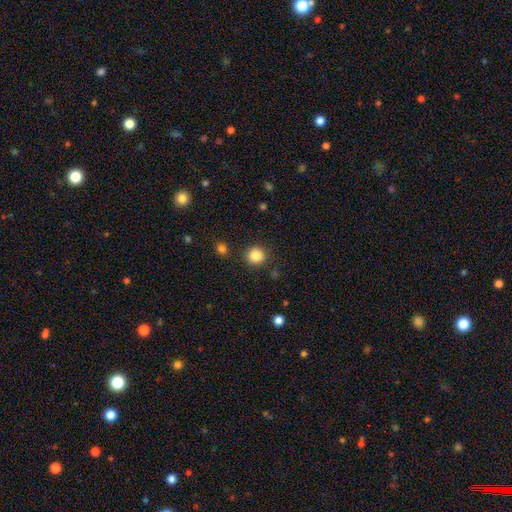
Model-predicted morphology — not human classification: Smooth or featured?
  - smooth: 85% *
  - star or artifact: 11%
  - featured or disk: 4%
How rounded?
  - round: 92% *
  - in between: 7%
  - cigar-shaped: 1%
Merging?
  - none: 88% *
  - minor disturbance: 7%
  - major disturbance: 3%
  - merger: 3%